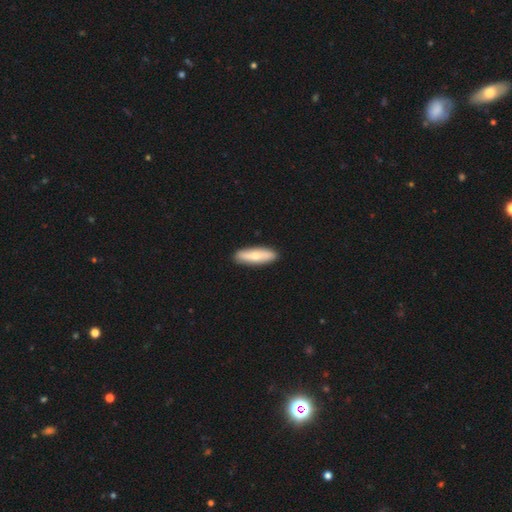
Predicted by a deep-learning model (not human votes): Morphology: type=smooth (61%); roundness=cigar-shaped (61%); merging=none (91%).